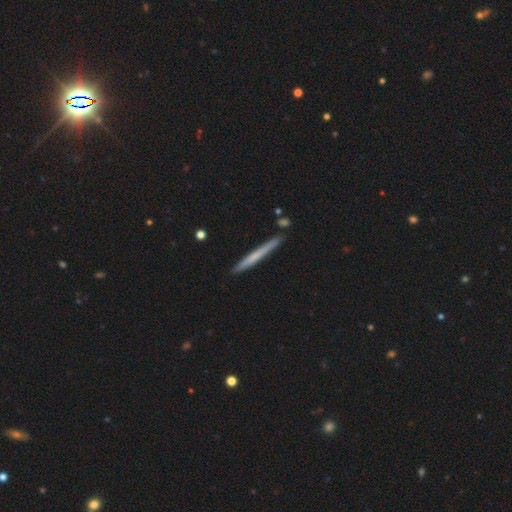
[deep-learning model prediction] Morphology: type=smooth (53%); roundness=cigar-shaped (97%); merging=none (86%).